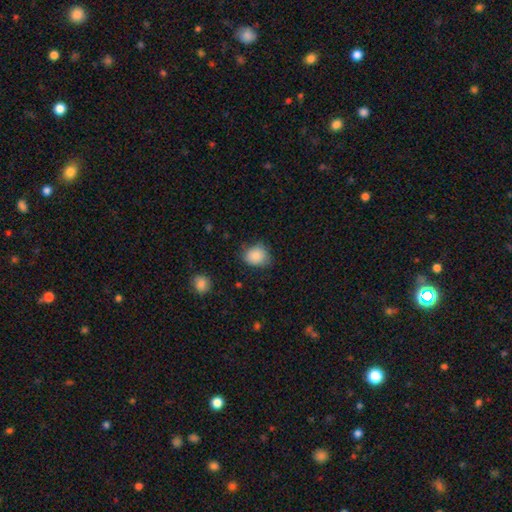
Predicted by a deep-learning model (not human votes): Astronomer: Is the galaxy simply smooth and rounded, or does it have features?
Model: smooth — 86%.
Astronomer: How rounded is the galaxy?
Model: round — 64%.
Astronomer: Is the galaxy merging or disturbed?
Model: none — 70%.